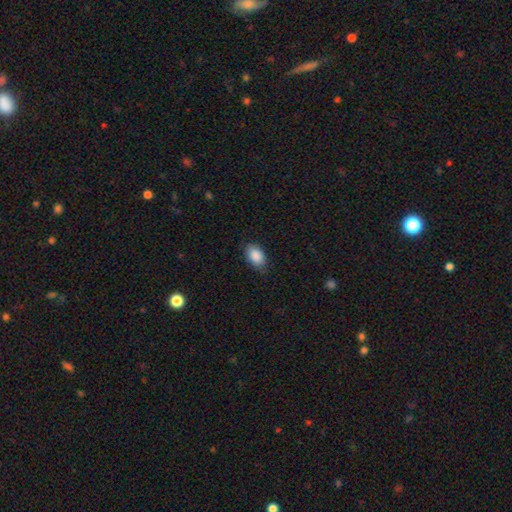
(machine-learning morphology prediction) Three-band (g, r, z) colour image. It shows a smooth galaxy with no disk features (89%) that is in between round and cigar-shaped (91%). Merging: none (81%).